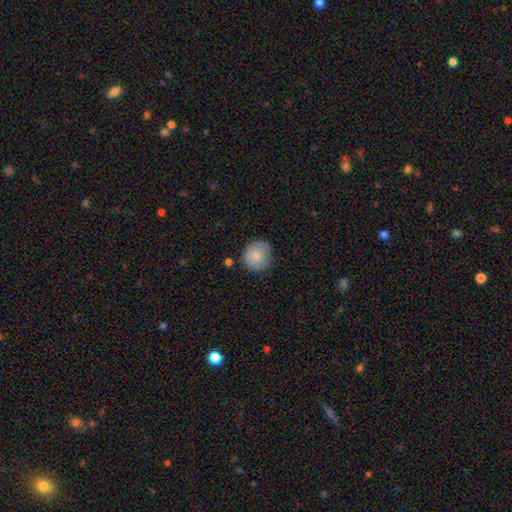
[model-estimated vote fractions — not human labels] Morphology: type=smooth (83%); roundness=round (88%); merging=none (72%).